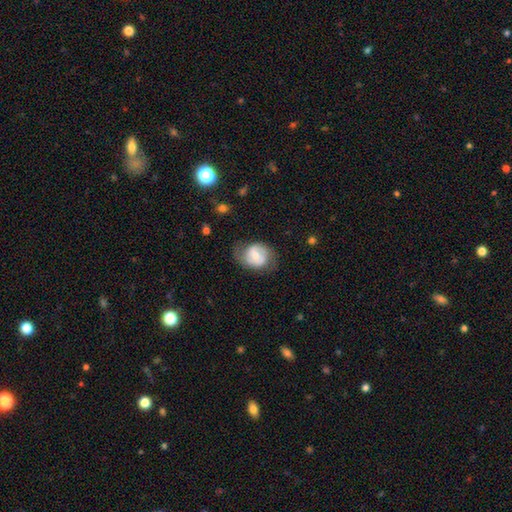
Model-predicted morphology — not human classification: This appears to be a featured or disk galaxy (55%) with a weak bar (46%), spiral arms (76%) and a moderate central bulge (52%). Merging: none (60%).